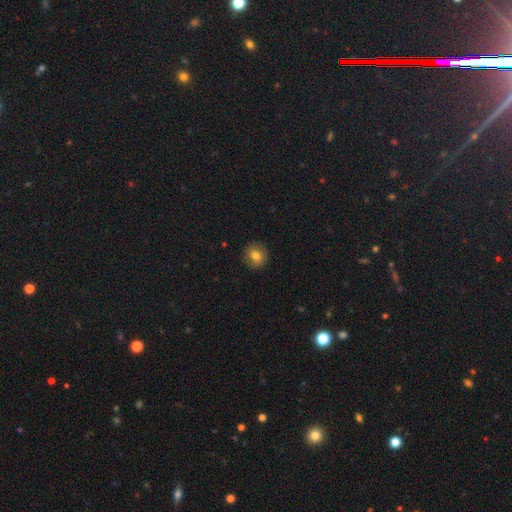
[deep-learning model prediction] smooth_or_featured: smooth (p=0.73) [alt: featured or disk p=0.17]
how_rounded: round (p=0.86) [alt: in between p=0.13]
merging: none (p=0.88) [alt: minor disturbance p=0.09]